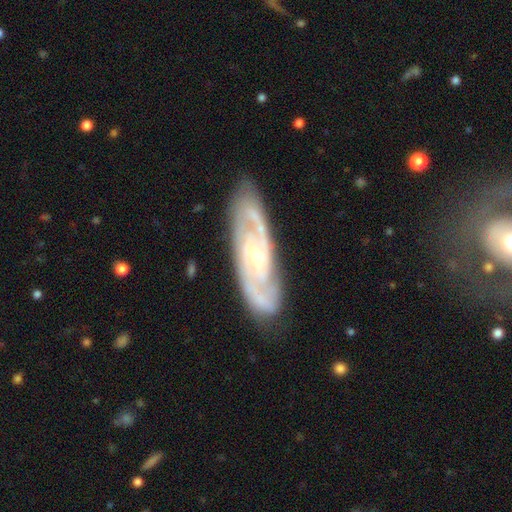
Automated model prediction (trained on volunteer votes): Morphology: type=featured or disk (85%); edge-on=no (87%); bar=no (51%); spiral arms=yes (95%); winding=tight (49%); arm count=2 (64%); bulge=small (69%); merging=none (82%).